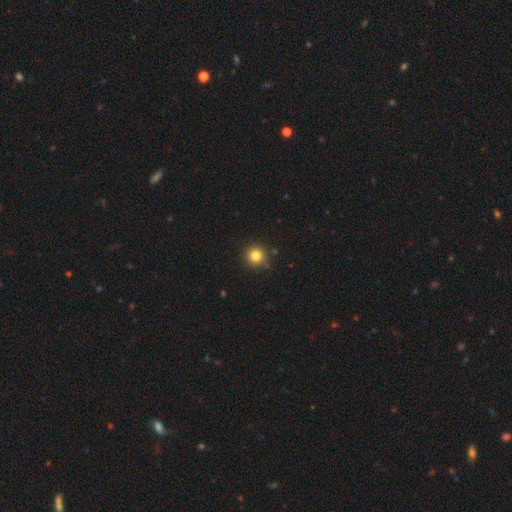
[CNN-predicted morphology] The model was most divided on "smooth or featured": smooth: 82%, star or artifact: 12%, featured or disk: 5%. More confident: how rounded — round (95%); merging — none (86%).